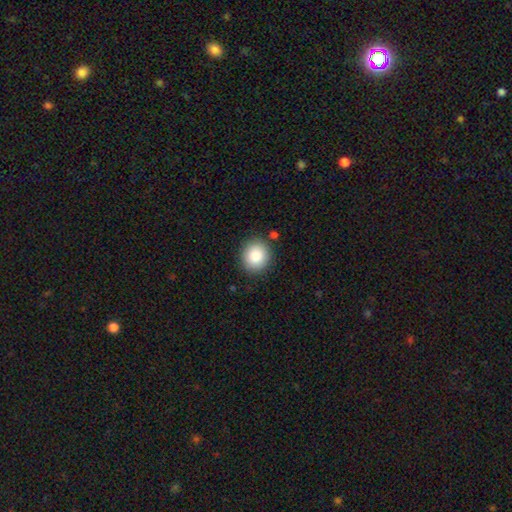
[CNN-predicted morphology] The model was most divided on "how rounded": round: 82%, in between: 17%, cigar-shaped: 1%. More confident: merging — none (88%); smooth or featured — smooth (85%).